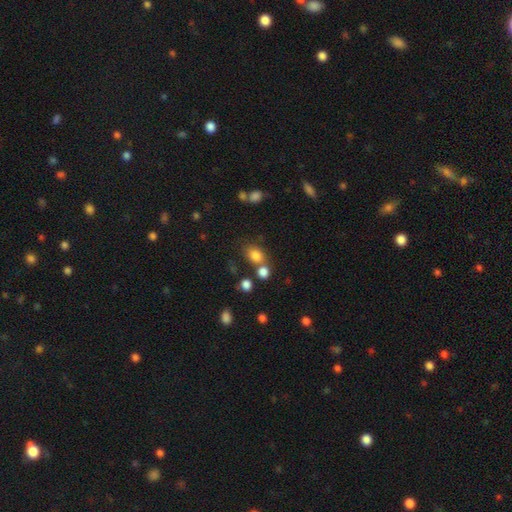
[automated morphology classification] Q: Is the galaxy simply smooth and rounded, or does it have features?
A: smooth — 80%.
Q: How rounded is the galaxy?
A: round — 51%.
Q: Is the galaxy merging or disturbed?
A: none — 61%.